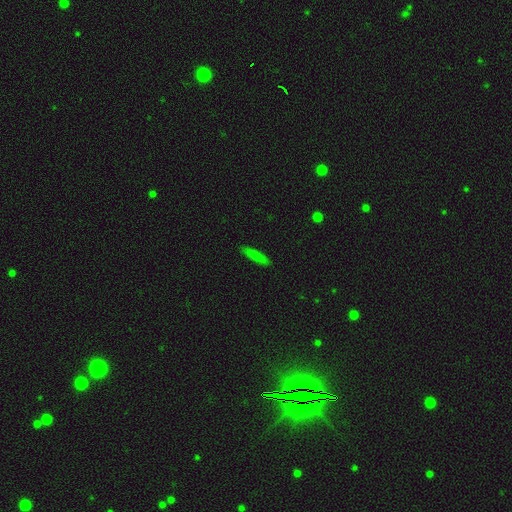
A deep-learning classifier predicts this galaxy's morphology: A smooth galaxy with no disk features (81%) that is cigar-shaped (86%). Merging: none (89%).